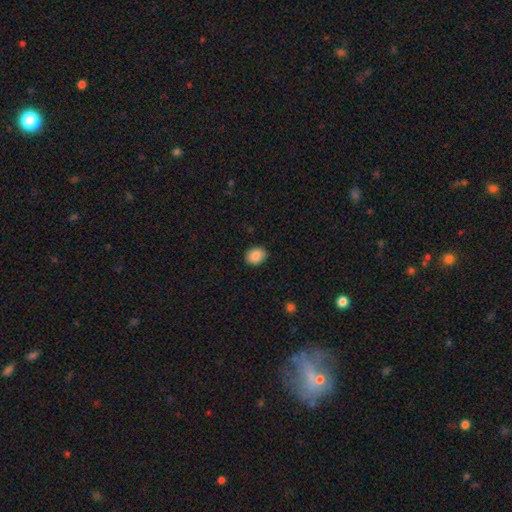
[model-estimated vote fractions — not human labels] smooth_or_featured: smooth (p=0.87) [alt: star or artifact p=0.08]
how_rounded: round (p=0.51) [alt: in between p=0.48]
merging: none (p=0.88) [alt: minor disturbance p=0.09]